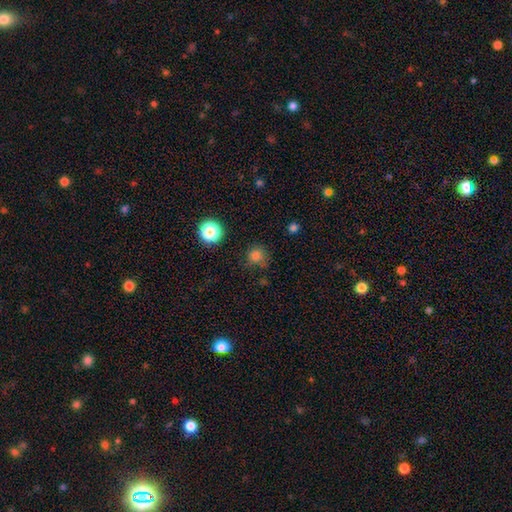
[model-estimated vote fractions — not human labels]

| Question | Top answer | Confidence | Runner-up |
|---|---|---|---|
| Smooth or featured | smooth | 78% | star or artifact (17%) |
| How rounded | round | 90% | in between (9%) |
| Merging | none | 72% | minor disturbance (18%) |